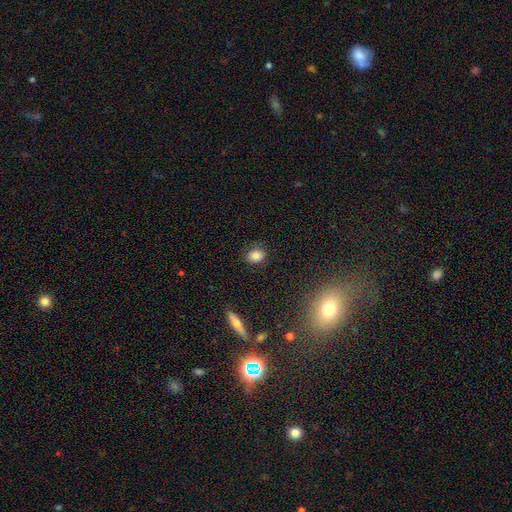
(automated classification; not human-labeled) Smooth or featured? smooth (82%)
How rounded? in between (54%)
Merging? none (82%)